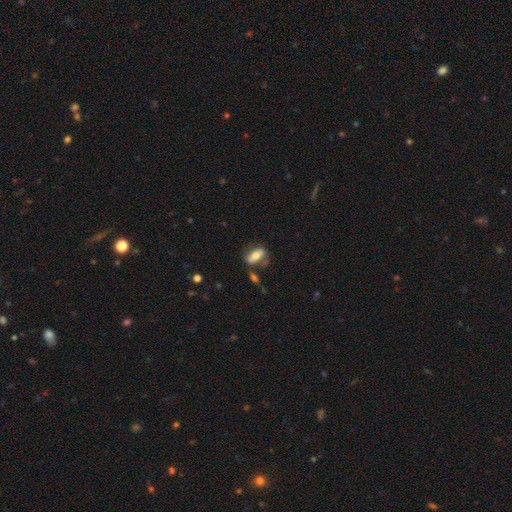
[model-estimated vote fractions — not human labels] Overall: smooth (60%; featured or disk 32%). How rounded: in between (81%). Merging: none (59%; minor disturbance 19%).